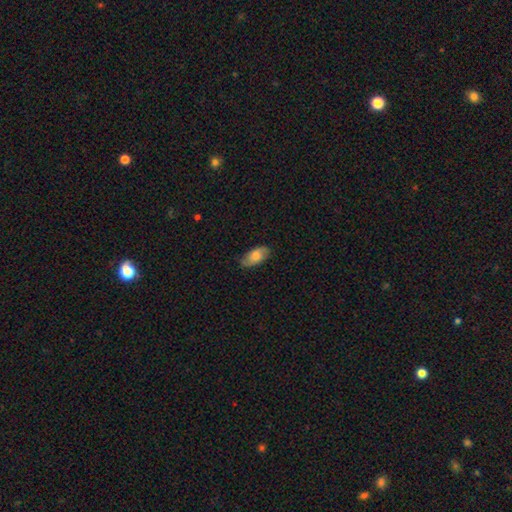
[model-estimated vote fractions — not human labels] Morphology: type=smooth (72%); roundness=in between (92%); merging=none (78%).